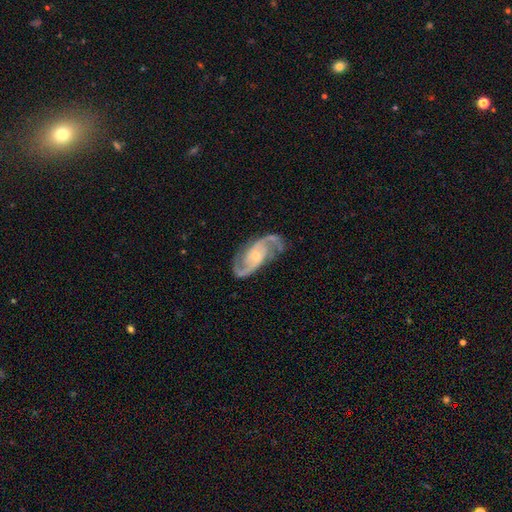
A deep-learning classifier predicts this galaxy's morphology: Smooth or featured?
  - featured or disk: 92% *
  - star or artifact: 4%
  - smooth: 4%
Edge-on disk?
  - no: 97% *
  - yes: 3%
Bar?
  - no: 47% *
  - weak: 39%
  - strong: 13%
Spiral arms?
  - yes: 98% *
  - no: 2%
Spiral winding?
  - medium: 56% *
  - loose: 25%
  - tight: 19%
Spiral arm count?
  - 2: 89% *
  - 3: 4%
  - can't tell: 2%
  - 1: 1%
  - 4: 1%
  - more than 4: 1%
Bulge size?
  - small: 59% *
  - moderate: 36%
  - none: 2%
  - large: 2%
  - dominant: 1%
Merging?
  - none: 78% *
  - minor disturbance: 15%
  - major disturbance: 6%
  - merger: 2%